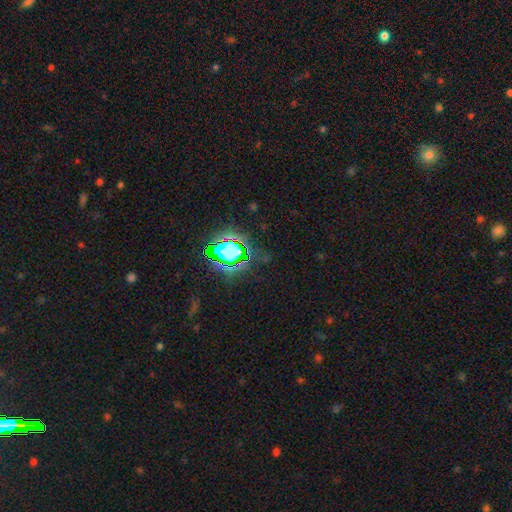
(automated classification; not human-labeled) This is likely a star or artifact rather than a galaxy (77%).